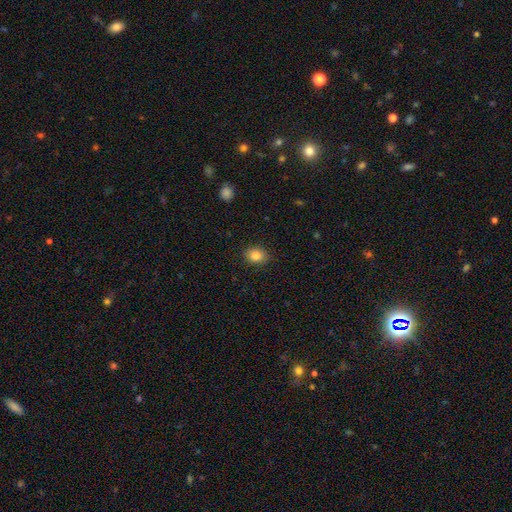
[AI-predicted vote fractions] Smooth or featured? smooth (84%)
How rounded? round (52%)
Merging? none (89%)